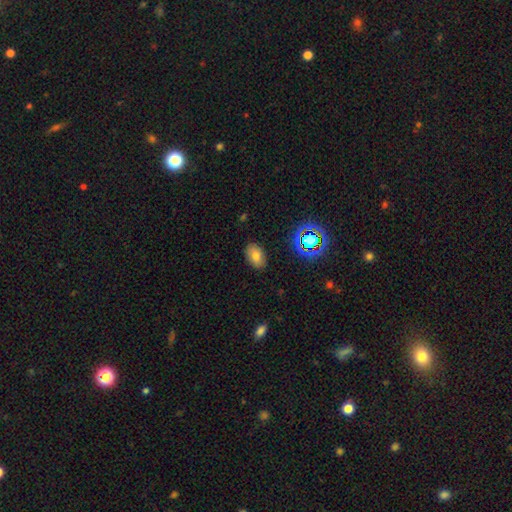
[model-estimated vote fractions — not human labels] Morphology: type=smooth (73%); roundness=in between (88%); merging=none (85%).